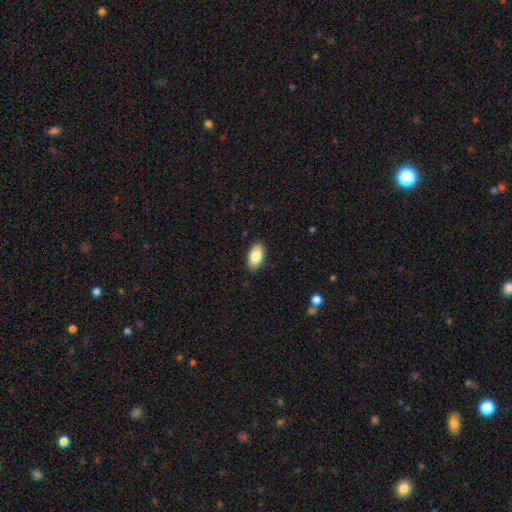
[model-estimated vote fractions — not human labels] Smooth or featured?
  - smooth: 84% *
  - featured or disk: 10%
  - star or artifact: 7%
How rounded?
  - in between: 94% *
  - round: 4%
  - cigar-shaped: 2%
Merging?
  - none: 89% *
  - minor disturbance: 8%
  - major disturbance: 2%
  - merger: 1%